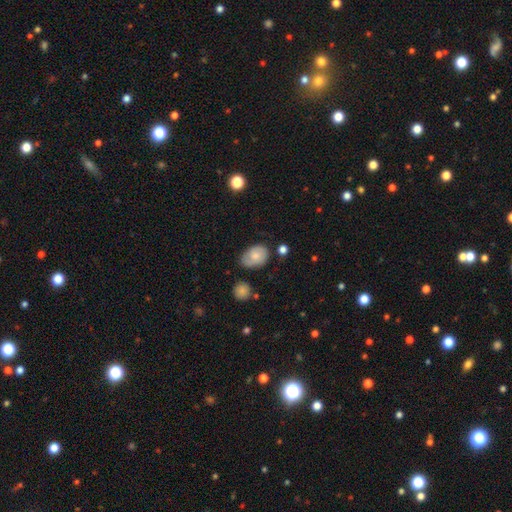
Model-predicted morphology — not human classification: type=smooth (70%); roundness=in between (79%); merging=none (57%).